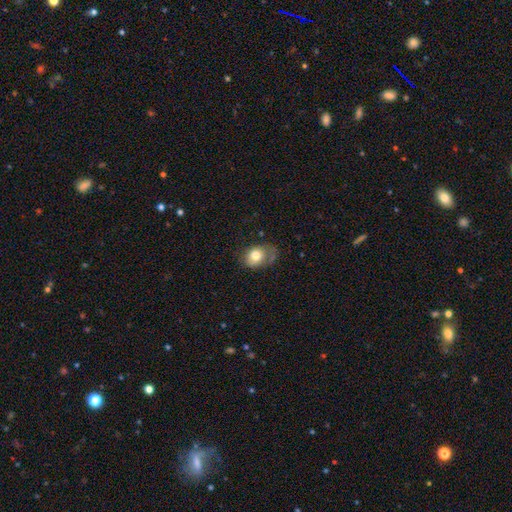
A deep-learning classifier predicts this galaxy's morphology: Smooth or featured? smooth (77%)
How rounded? in between (64%)
Merging? none (45%)